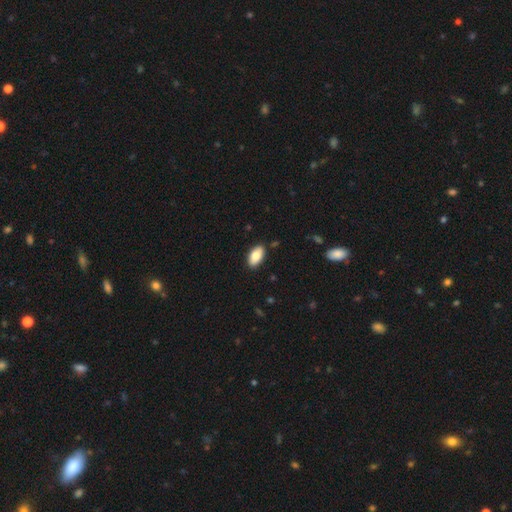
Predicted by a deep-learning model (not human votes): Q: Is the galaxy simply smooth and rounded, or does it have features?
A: smooth — 82%.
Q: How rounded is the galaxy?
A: in between — 94%.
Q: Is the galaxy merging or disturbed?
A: none — 88%.